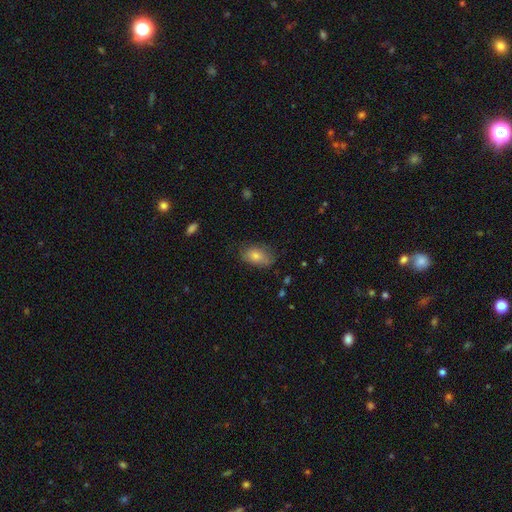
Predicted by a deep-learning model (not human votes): This is likely a smooth galaxy (76%). How rounded: clearly in between (89%). Merging: likely none (72%).